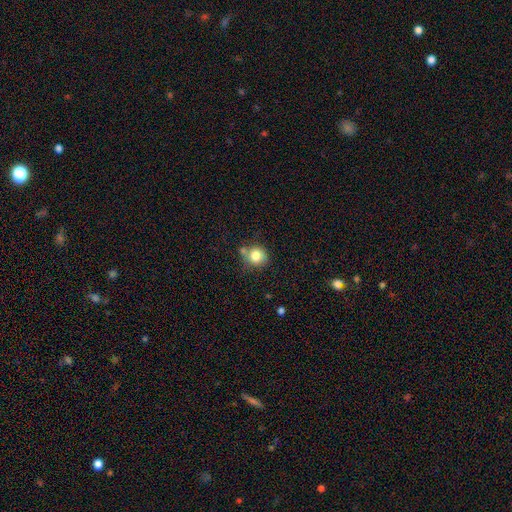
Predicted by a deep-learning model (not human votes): Smooth or featured: smooth — 82% (star or artifact — 10%)
How rounded: round — 83% (in between — 16%)
Merging: none — 61% (minor disturbance — 18%)